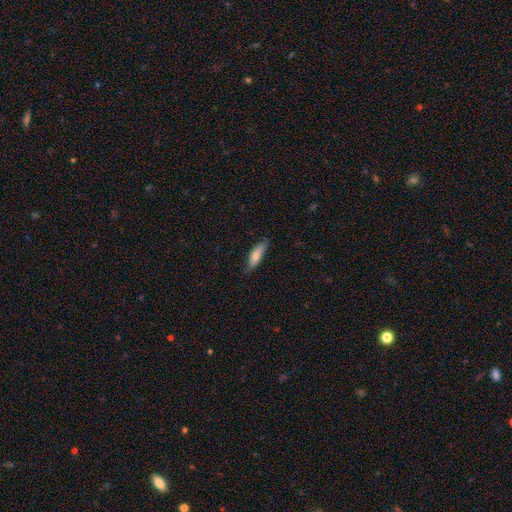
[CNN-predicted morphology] Smooth or featured? Predicted: smooth (p=0.68). How rounded? Predicted: cigar-shaped (p=0.57). Merging? Predicted: none (p=0.80).